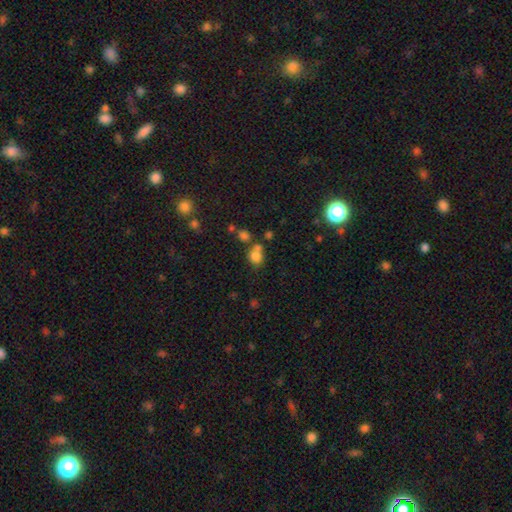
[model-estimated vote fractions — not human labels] smooth 77%, star or artifact 14%, featured or disk 9%. Down the decision tree: how rounded — round (63%); merging — none (45%).